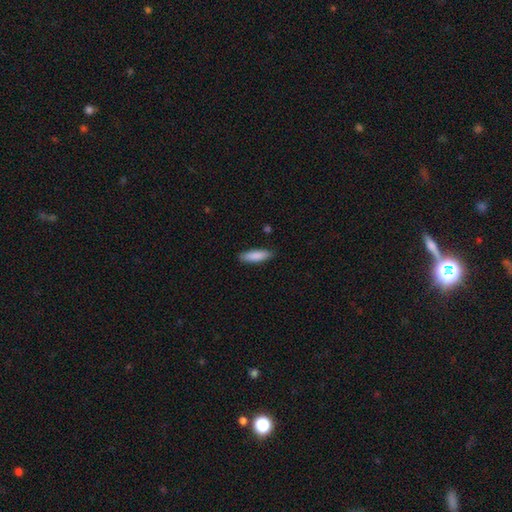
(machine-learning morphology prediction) Smooth or featured: smooth — 87% (featured or disk — 7%)
How rounded: cigar-shaped — 54% (in between — 45%)
Merging: none — 87% (minor disturbance — 10%)